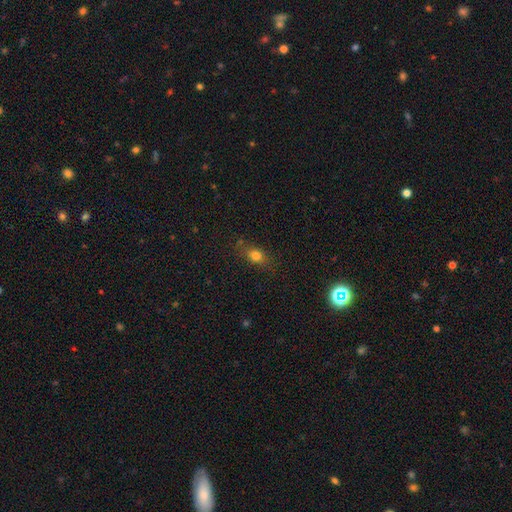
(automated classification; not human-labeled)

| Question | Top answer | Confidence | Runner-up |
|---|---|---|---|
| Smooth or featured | smooth | 75% | star or artifact (14%) |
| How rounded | in between | 61% | round (32%) |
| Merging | none | 75% | minor disturbance (17%) |